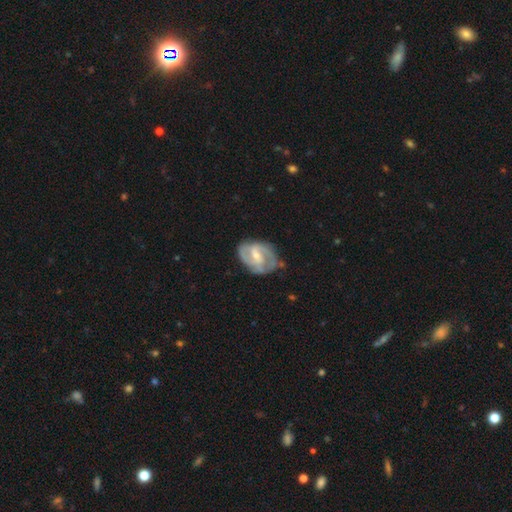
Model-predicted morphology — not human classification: Smooth or featured: featured or disk — 79% (smooth — 16%)
Edge-on disk: no — 97% (yes — 3%)
Bar: weak — 55% (strong — 22%)
Spiral arms: yes — 90% (no — 10%)
Spiral winding: medium — 46% (tight — 39%)
Spiral arm count: 2 — 63% (can't tell — 17%)
Bulge size: small — 47% (moderate — 46%)
Merging: none — 61% (minor disturbance — 26%)